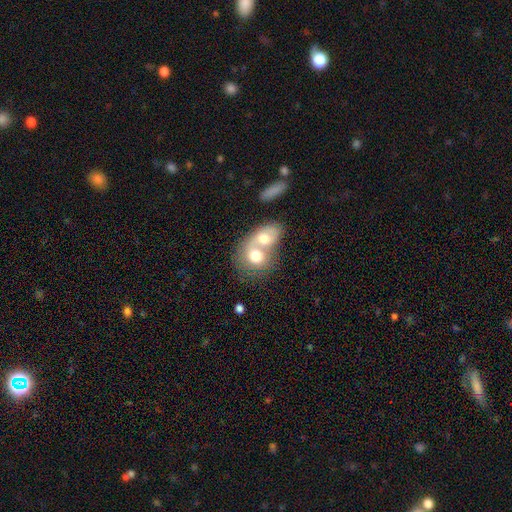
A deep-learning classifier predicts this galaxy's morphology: smooth_or_featured: smooth (p=0.66) [alt: featured or disk p=0.26]
how_rounded: round (p=0.57) [alt: in between p=0.42]
merging: merger (p=0.74) [alt: none p=0.16]